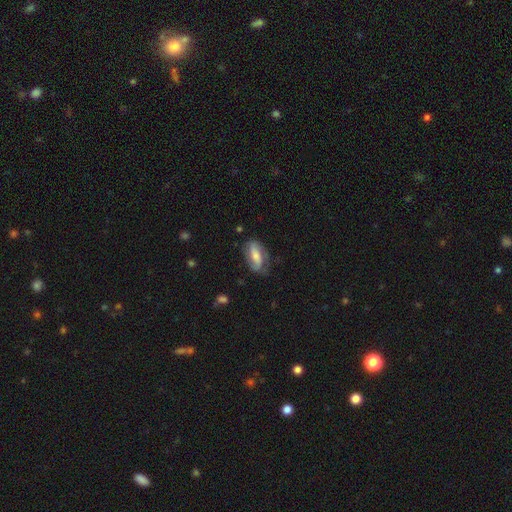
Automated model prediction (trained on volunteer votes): A featured or disk galaxy (49%). Merging: none (66%).